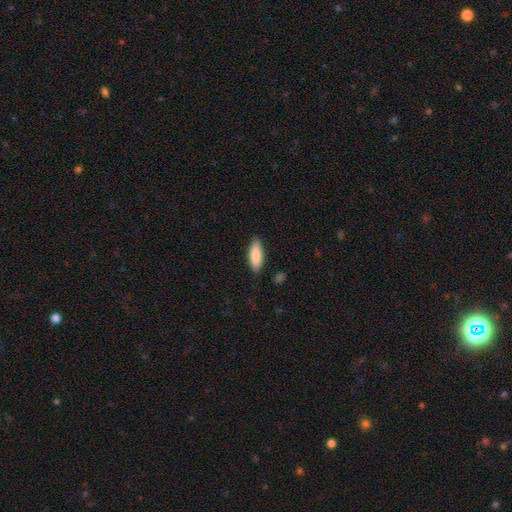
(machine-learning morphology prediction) Q: Smooth or featured?
A: smooth (86%); runner-up: featured or disk (8%)
Q: How rounded?
A: in between (67%); runner-up: cigar-shaped (32%)
Q: Merging?
A: none (86%); runner-up: minor disturbance (11%)